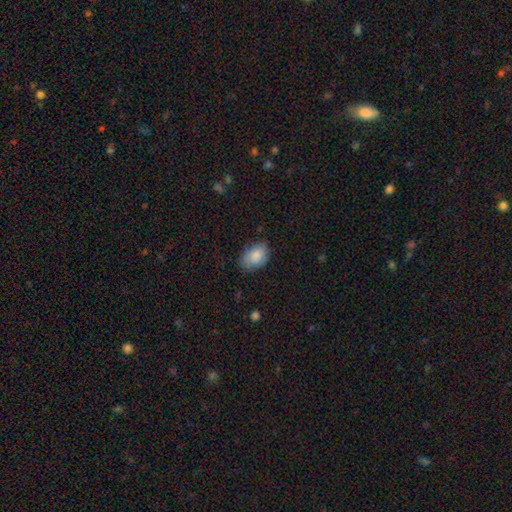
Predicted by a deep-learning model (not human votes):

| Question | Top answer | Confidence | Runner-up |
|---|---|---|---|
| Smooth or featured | smooth | 85% | featured or disk (8%) |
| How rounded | in between | 88% | round (11%) |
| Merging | none | 72% | minor disturbance (22%) |